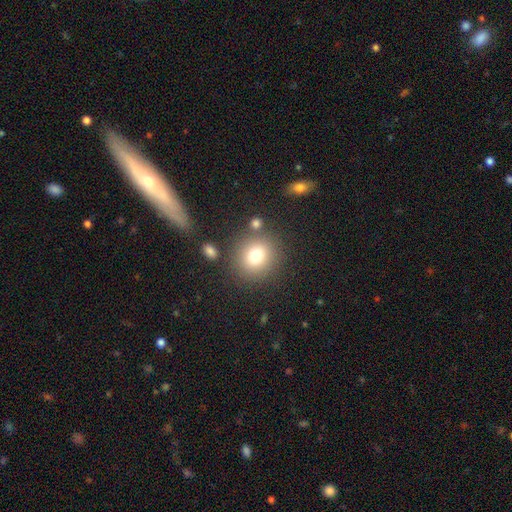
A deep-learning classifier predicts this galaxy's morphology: The model was most divided on "smooth or featured": smooth: 76%, star or artifact: 13%, featured or disk: 11%. More confident: how rounded — round (84%); merging — none (80%).